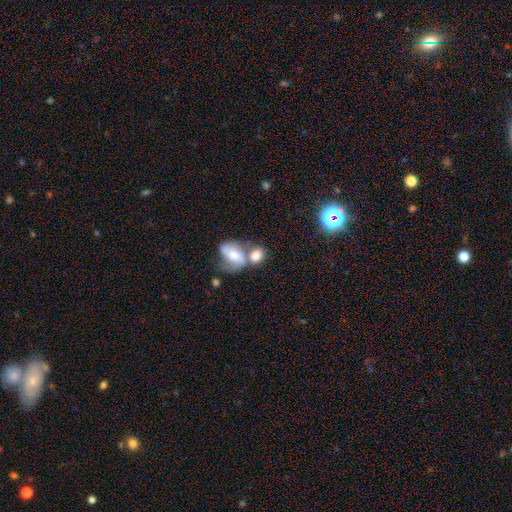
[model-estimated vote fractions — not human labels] smooth-or-featured: smooth: 65% | featured or disk: 26% | star or artifact: 9%
  how-rounded: in between: 65% | round: 33% | cigar-shaped: 2%
  merging: merger: 58% | none: 25% | minor disturbance: 10% | major disturbance: 7%